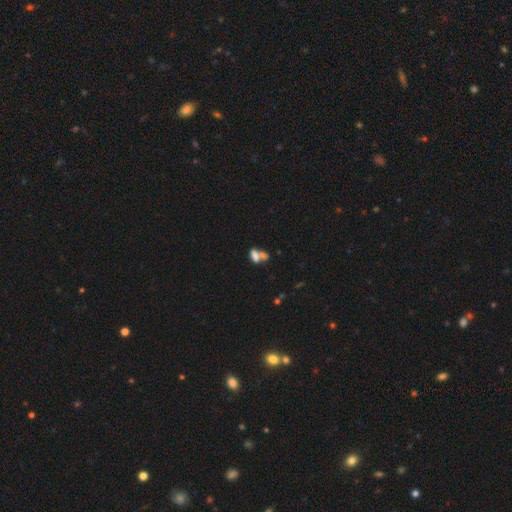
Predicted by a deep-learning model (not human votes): Morphology: type=smooth (71%); roundness=in between (83%); merging=merger (61%).